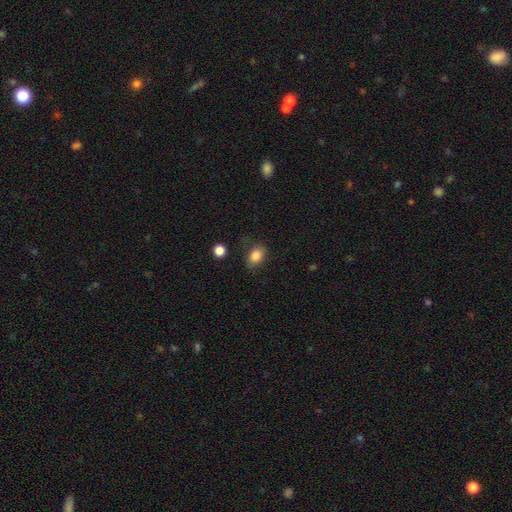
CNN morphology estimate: Q: Smooth or featured?
A: smooth (84%); runner-up: star or artifact (9%)
Q: How rounded?
A: in between (76%); runner-up: round (23%)
Q: Merging?
A: none (71%); runner-up: minor disturbance (21%)